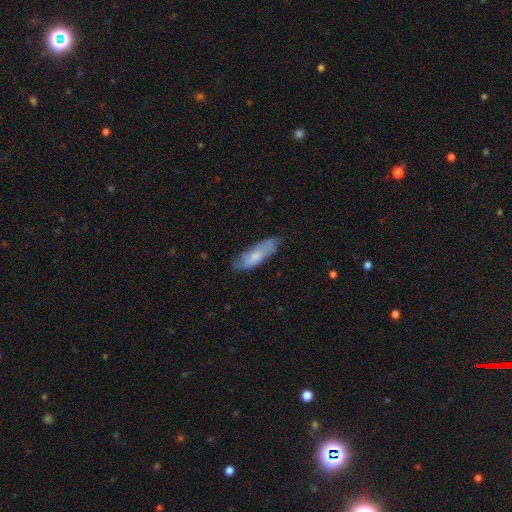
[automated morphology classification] smooth_or_featured: smooth (p=0.62) [alt: featured or disk p=0.32]
how_rounded: in between (p=0.50) [alt: cigar-shaped p=0.49]
merging: none (p=0.72) [alt: minor disturbance p=0.22]